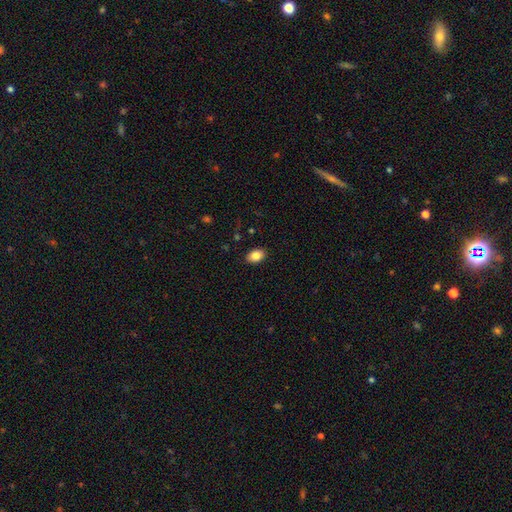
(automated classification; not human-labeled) Smooth or featured: smooth — 85% (star or artifact — 8%)
How rounded: in between — 81% (round — 18%)
Merging: none — 88% (minor disturbance — 8%)